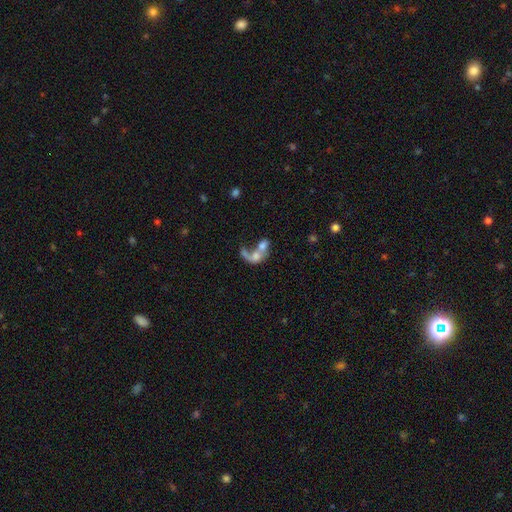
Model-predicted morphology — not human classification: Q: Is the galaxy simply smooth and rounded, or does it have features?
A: smooth — 48%.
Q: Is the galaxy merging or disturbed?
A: merger — 68%.